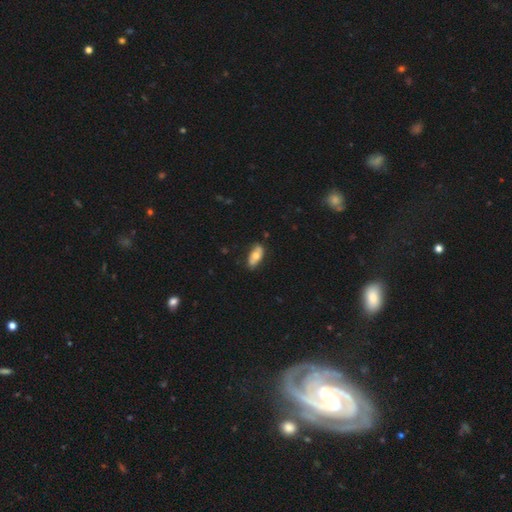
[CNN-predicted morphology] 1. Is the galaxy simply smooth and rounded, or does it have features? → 58% smooth, 35% featured or disk, 6% star or artifact.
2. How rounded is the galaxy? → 86% in between, 10% cigar-shaped, 4% round.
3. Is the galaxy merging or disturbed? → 79% none, 16% minor disturbance, 3% major disturbance, 2% merger.